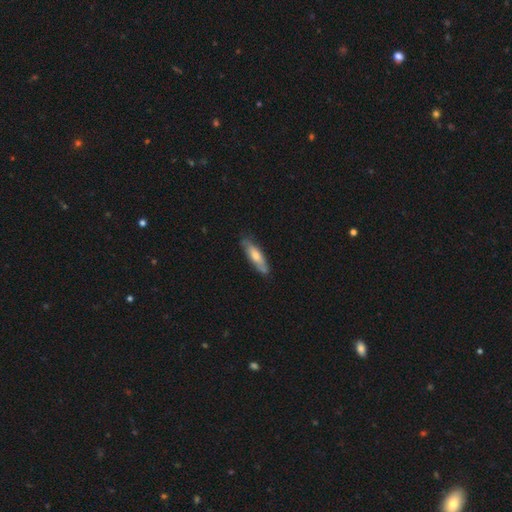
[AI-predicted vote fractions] A smooth galaxy with no disk features (60%) that is cigar-shaped (68%).

Vote fractions:
- Smooth or featured? smooth: 60% / featured or disk: 35% / star or artifact: 5%
- How rounded? cigar-shaped: 68% / in between: 30% / round: 2%
- Merging? none: 78% / minor disturbance: 17% / major disturbance: 3% / merger: 2%